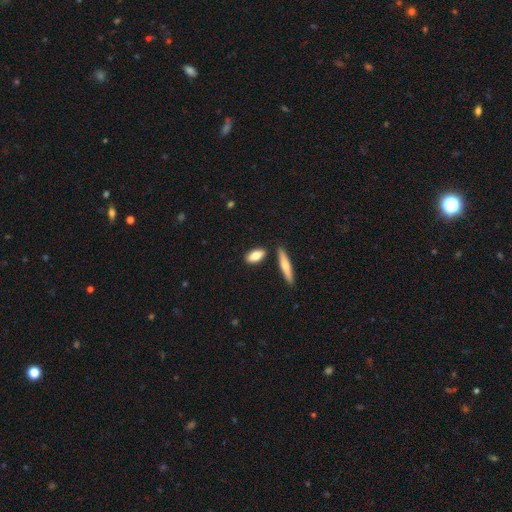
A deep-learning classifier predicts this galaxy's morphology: smooth_or_featured: smooth (p=0.79) [alt: featured or disk p=0.15]
how_rounded: in between (p=0.74) [alt: cigar-shaped p=0.22]
merging: none (p=0.81) [alt: minor disturbance p=0.10]